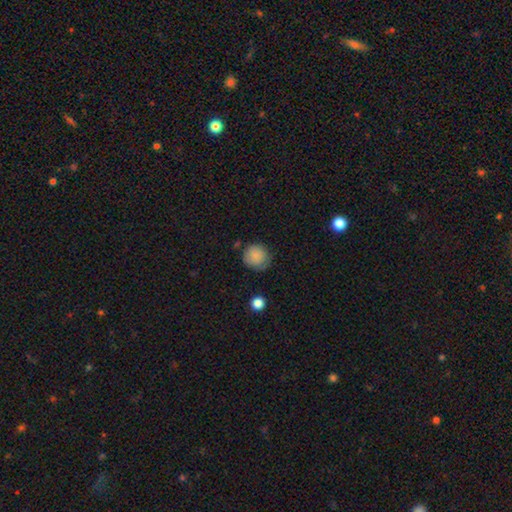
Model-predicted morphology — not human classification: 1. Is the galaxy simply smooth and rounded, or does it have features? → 85% smooth, 9% star or artifact, 6% featured or disk.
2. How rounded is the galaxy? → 89% round, 10% in between, 1% cigar-shaped.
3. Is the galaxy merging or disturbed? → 74% none, 19% minor disturbance, 4% major disturbance, 2% merger.